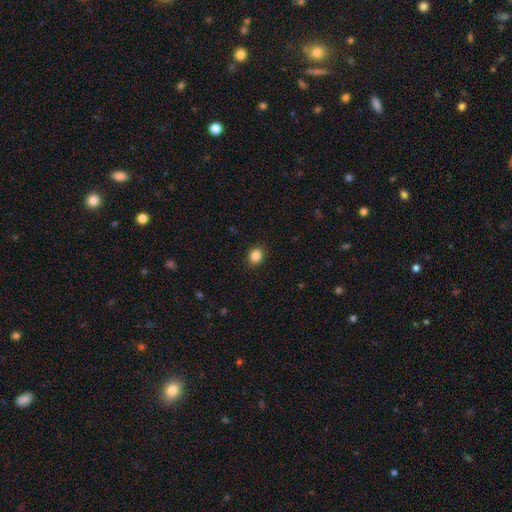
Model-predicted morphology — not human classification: A smooth galaxy with no disk features (86%) that is round (56%).

Vote fractions:
- Smooth or featured? smooth: 86% / star or artifact: 10% / featured or disk: 4%
- How rounded? round: 56% / in between: 43% / cigar-shaped: 1%
- Merging? none: 89% / minor disturbance: 8% / major disturbance: 2% / merger: 1%